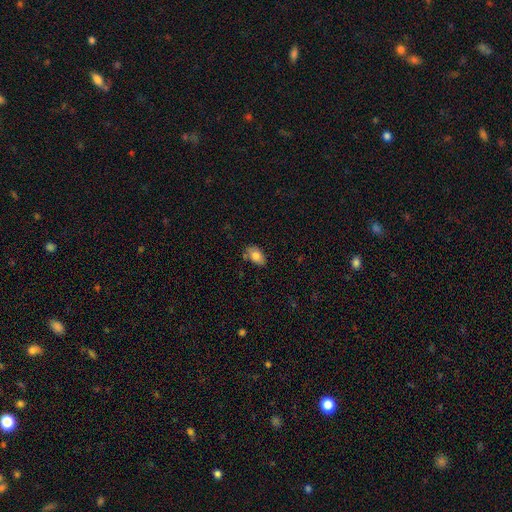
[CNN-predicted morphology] The model was most divided on "merging": none: 69%, minor disturbance: 21%, merger: 6%, major disturbance: 4%. More confident: how rounded — in between (91%); smooth or featured — smooth (80%).